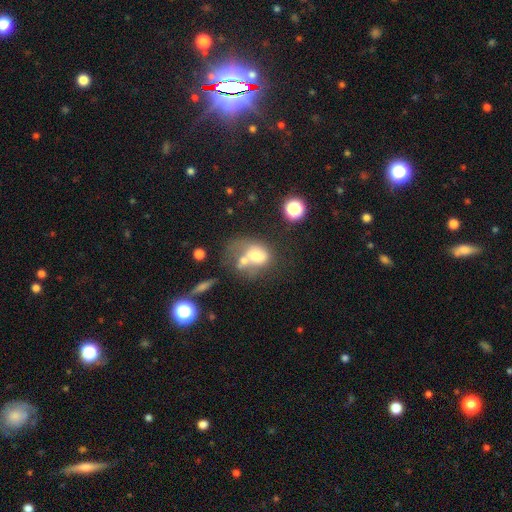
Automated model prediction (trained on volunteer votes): Smooth or featured? smooth (58%)
How rounded? in between (62%)
Merging? merger (53%)